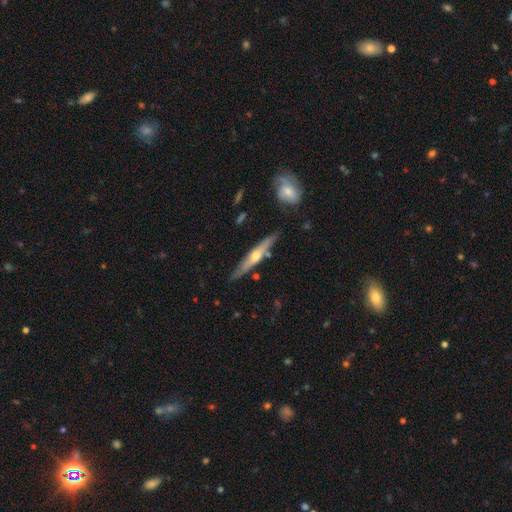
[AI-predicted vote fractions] Smooth or featured? Predicted: featured or disk (p=0.69). Edge-on disk? Predicted: yes (p=0.93). Edge-on bulge? Predicted: rounded (p=0.88). Merging? Predicted: none (p=0.82).